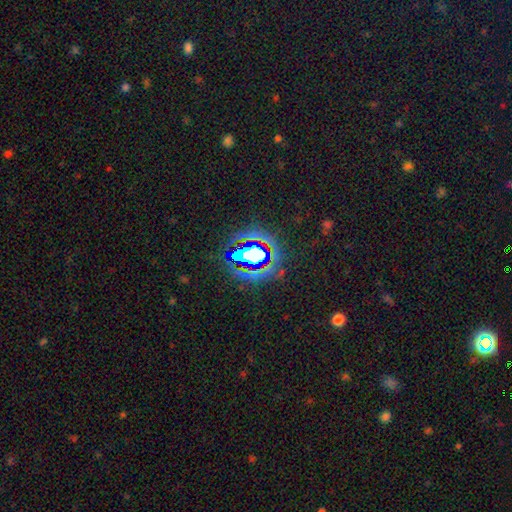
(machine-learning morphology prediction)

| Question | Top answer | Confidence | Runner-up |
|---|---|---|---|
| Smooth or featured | star or artifact | 80% | smooth (12%) |